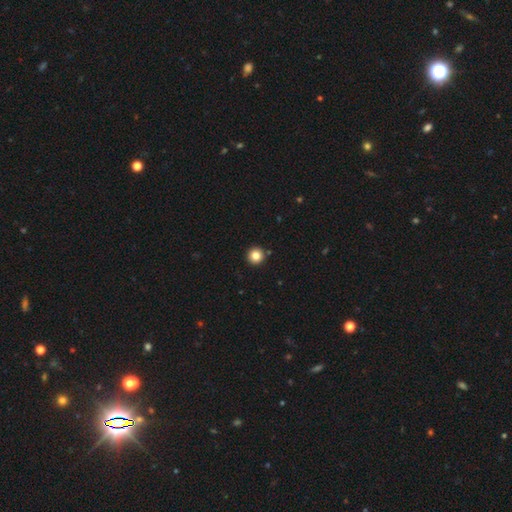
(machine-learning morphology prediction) The model was most divided on "smooth or featured": smooth: 83%, star or artifact: 11%, featured or disk: 6%. More confident: how rounded — round (96%); merging — none (93%).